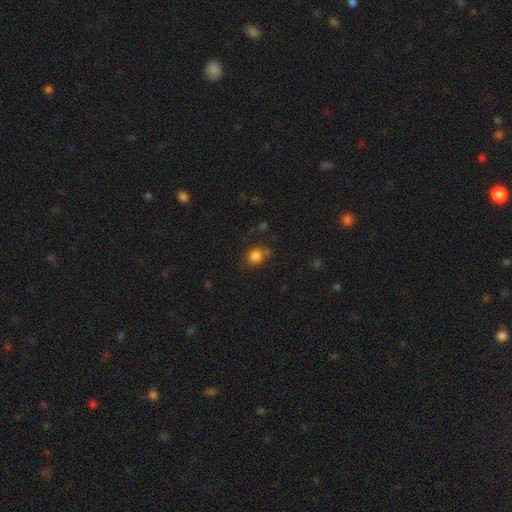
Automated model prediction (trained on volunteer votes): smooth 83%, star or artifact 12%, featured or disk 5%. Down the decision tree: how rounded — round (78%); merging — none (71%).